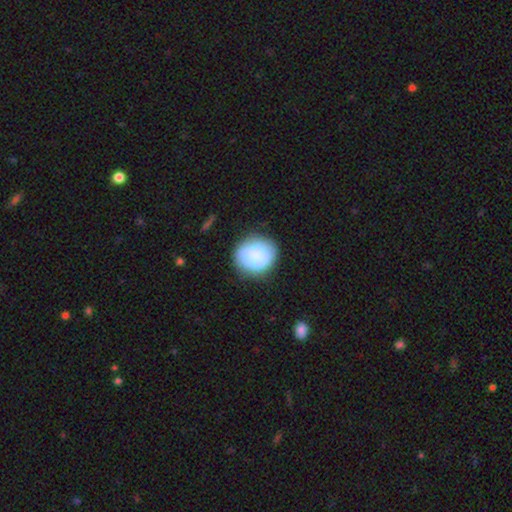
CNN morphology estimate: Smooth or featured?
  - smooth: 66% *
  - featured or disk: 26%
  - star or artifact: 8%
How rounded?
  - round: 79% *
  - in between: 20%
  - cigar-shaped: 1%
Merging?
  - none: 60% *
  - minor disturbance: 21%
  - merger: 11%
  - major disturbance: 9%